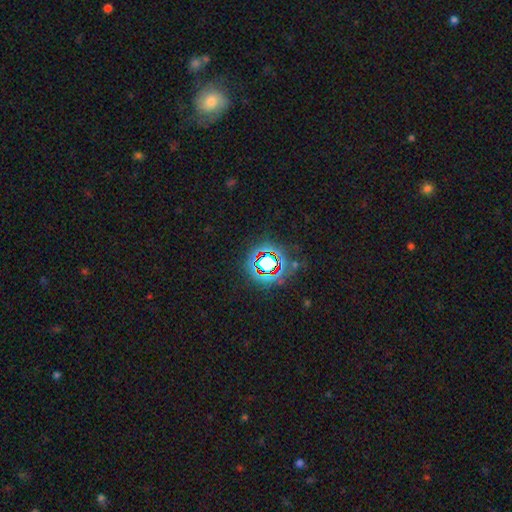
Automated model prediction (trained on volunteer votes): smooth_or_featured: star or artifact (p=0.71) [alt: smooth p=0.18]